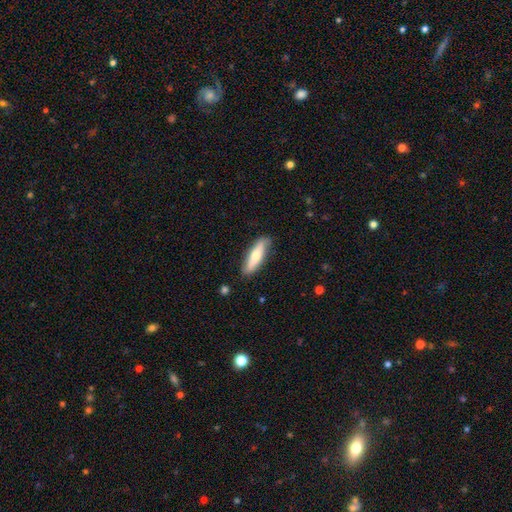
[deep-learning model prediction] smooth_or_featured: smooth (p=0.64) [alt: featured or disk p=0.31]
how_rounded: cigar-shaped (p=0.59) [alt: in between p=0.39]
merging: none (p=0.83) [alt: minor disturbance p=0.13]